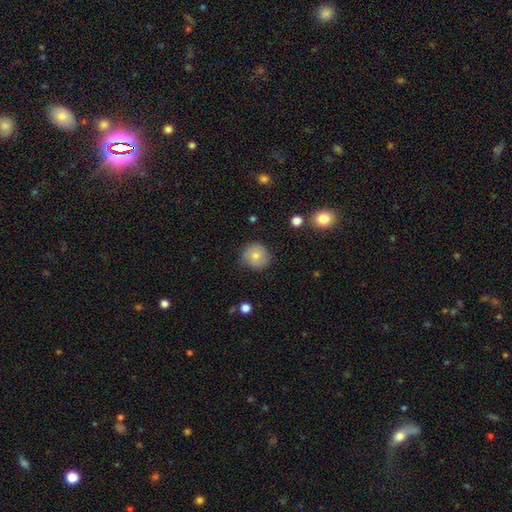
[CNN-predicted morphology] smooth-or-featured: smooth: 78% | featured or disk: 13% | star or artifact: 9%
  how-rounded: round: 89% | in between: 10% | cigar-shaped: 1%
  merging: none: 80% | minor disturbance: 15% | major disturbance: 3% | merger: 2%